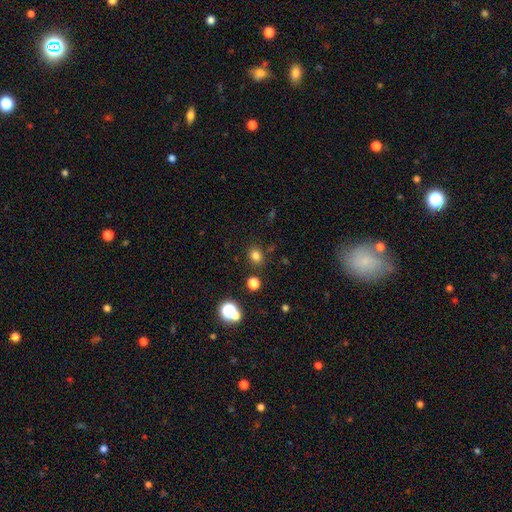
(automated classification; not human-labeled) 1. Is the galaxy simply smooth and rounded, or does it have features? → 78% smooth, 16% star or artifact, 6% featured or disk.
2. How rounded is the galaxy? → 68% round, 31% in between, 1% cigar-shaped.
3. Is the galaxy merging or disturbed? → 84% none, 9% minor disturbance, 4% merger, 3% major disturbance.